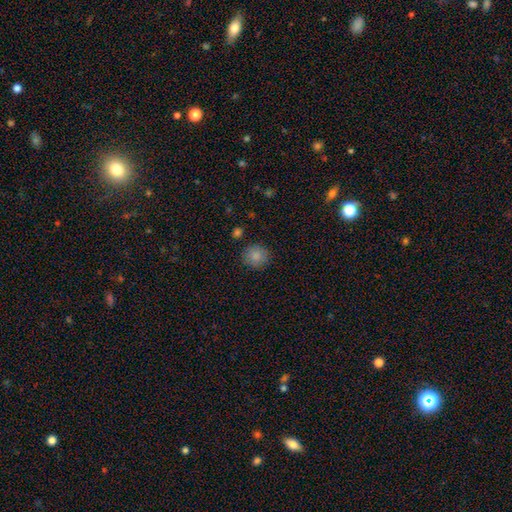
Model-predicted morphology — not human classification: This is clearly a smooth galaxy (86%). How rounded: clearly round (91%). Merging: clearly none (88%).